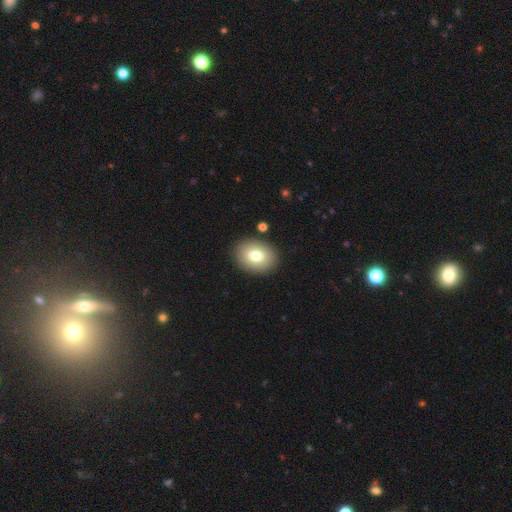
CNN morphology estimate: smooth_or_featured: smooth (p=0.77) [alt: featured or disk p=0.15]
how_rounded: in between (p=0.66) [alt: round p=0.33]
merging: none (p=0.88) [alt: minor disturbance p=0.08]